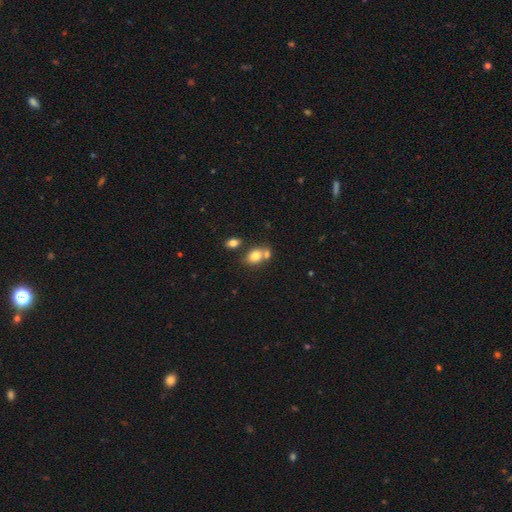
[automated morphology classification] This appears to be a smooth galaxy with no disk features (78%) that is in between round and cigar-shaped (66%). Merging: none (43%).